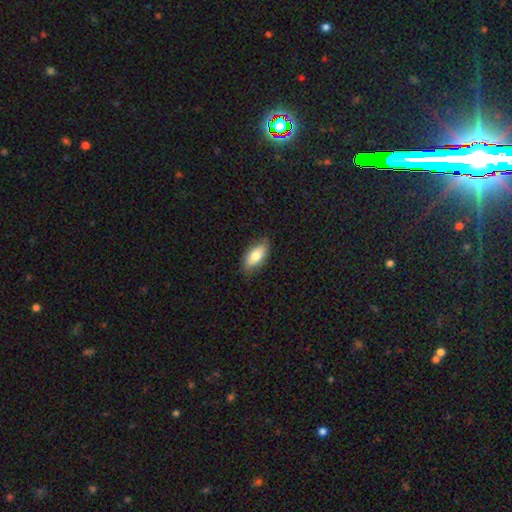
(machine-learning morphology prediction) The model was most divided on "smooth or featured": smooth: 74%, featured or disk: 20%, star or artifact: 6%. More confident: how rounded — in between (88%); merging — none (82%).